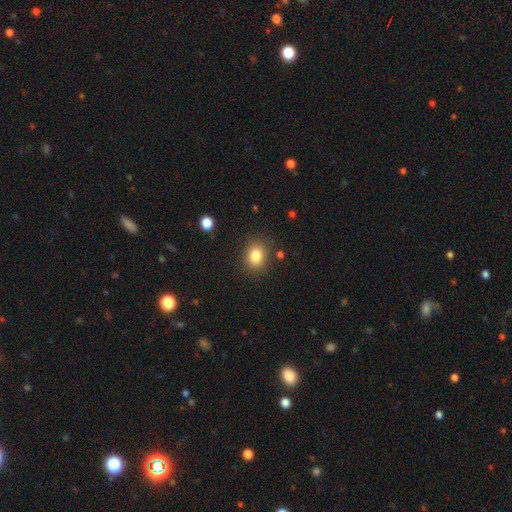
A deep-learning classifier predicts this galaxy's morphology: Smooth or featured? smooth (82%)
How rounded? round (55%)
Merging? none (84%)